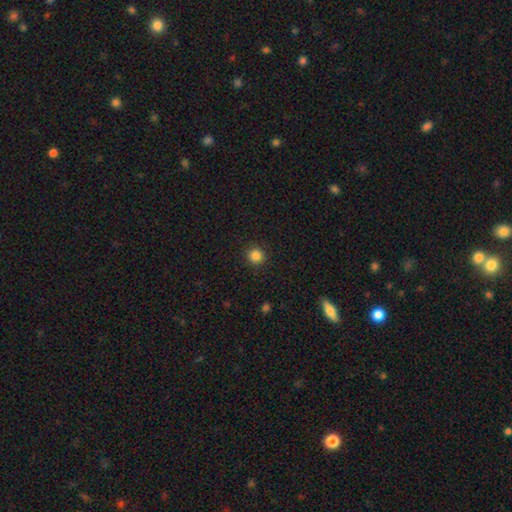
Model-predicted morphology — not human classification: This appears to be a smooth galaxy with no disk features (85%) that is round (94%). Merging: none (91%).